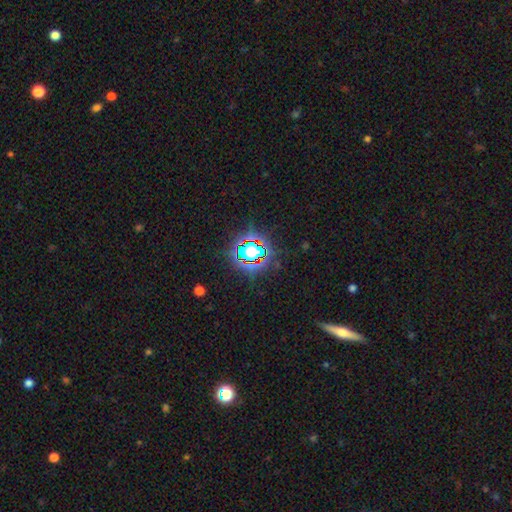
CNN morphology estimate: This is likely a star or artifact rather than a galaxy (72%).